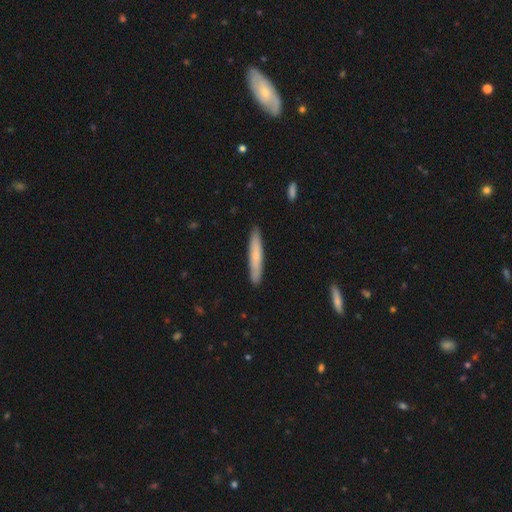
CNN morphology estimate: Overall: smooth (62%; featured or disk 32%). How rounded: cigar-shaped (94%). Merging: none (90%).